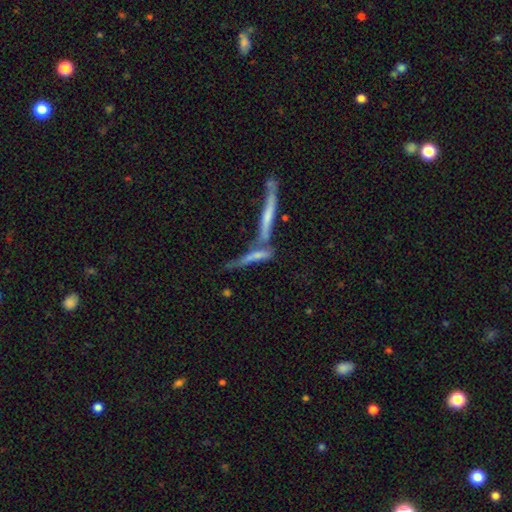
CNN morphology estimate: Smooth or featured: smooth — 48% (featured or disk — 42%)
Merging: merger — 44% (none — 35%)